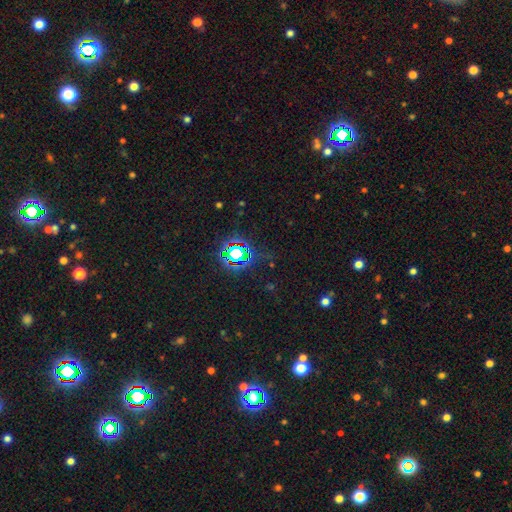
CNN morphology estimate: Smooth or featured? star or artifact (75%)